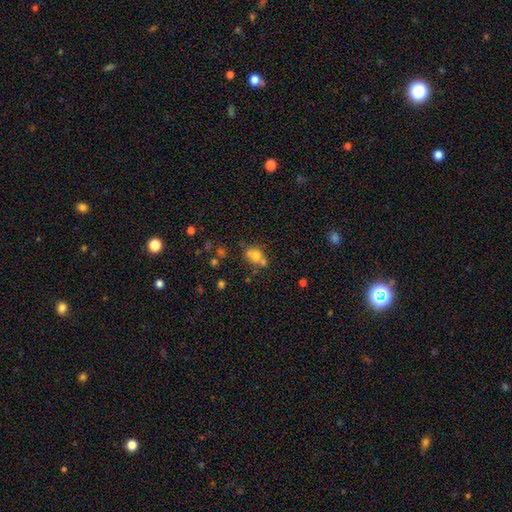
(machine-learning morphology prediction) Smooth or featured? Predicted: smooth (p=0.68). How rounded? Predicted: in between (p=0.58). Merging? Predicted: none (p=0.46).